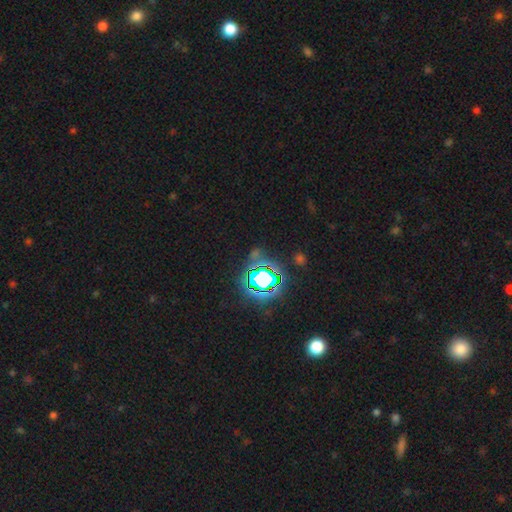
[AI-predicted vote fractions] This appears to be a star or artifact, not a galaxy (76%).